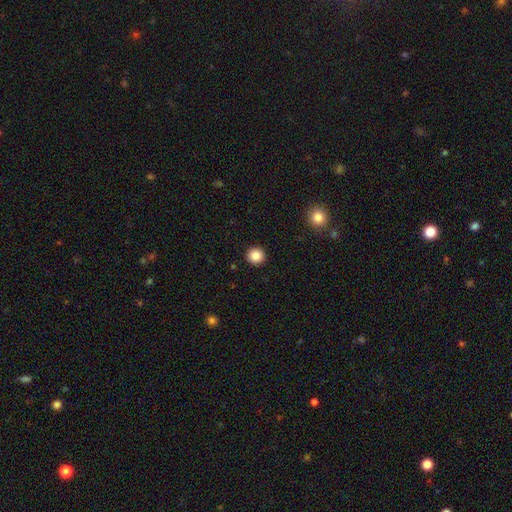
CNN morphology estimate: smooth_or_featured: smooth (p=0.85) [alt: star or artifact p=0.10]
how_rounded: round (p=0.95) [alt: in between p=0.04]
merging: none (p=0.94) [alt: minor disturbance p=0.04]